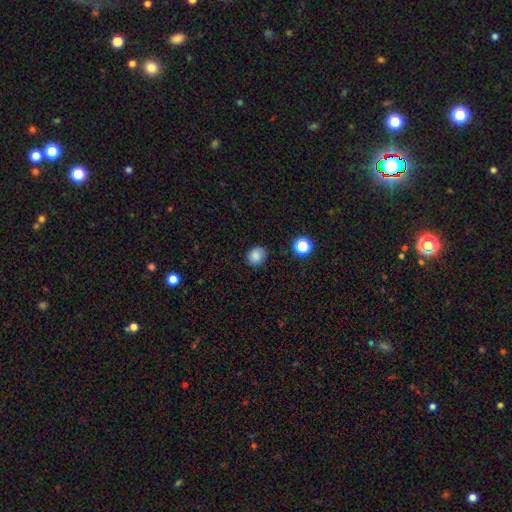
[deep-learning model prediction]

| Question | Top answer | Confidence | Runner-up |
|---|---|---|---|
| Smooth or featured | smooth | 84% | star or artifact (11%) |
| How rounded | round | 64% | in between (35%) |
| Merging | none | 82% | minor disturbance (13%) |